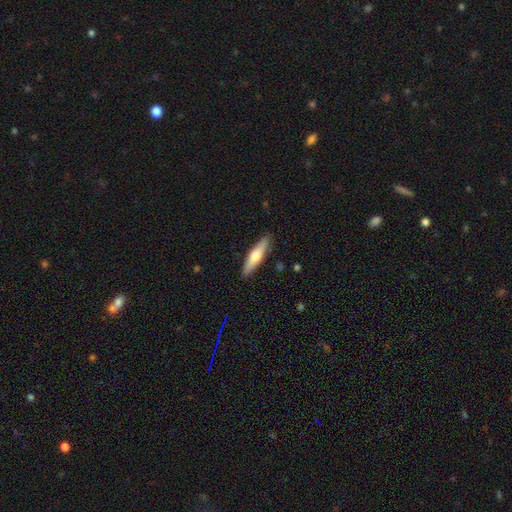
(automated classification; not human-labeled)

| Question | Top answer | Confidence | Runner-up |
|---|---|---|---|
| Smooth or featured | smooth | 59% | featured or disk (36%) |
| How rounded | cigar-shaped | 78% | in between (20%) |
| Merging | none | 89% | minor disturbance (8%) |